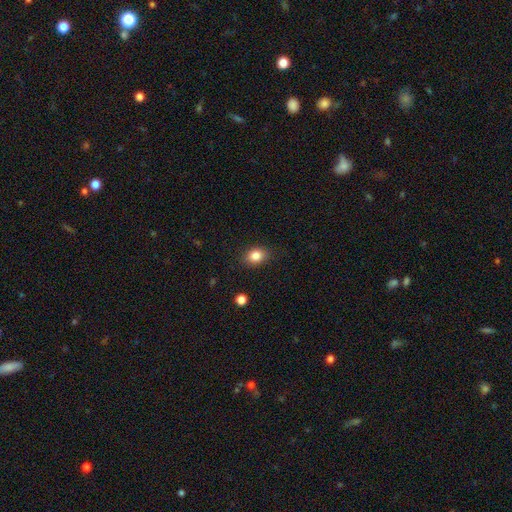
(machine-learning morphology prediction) Smooth or featured? smooth (84%)
How rounded? in between (57%)
Merging? none (86%)